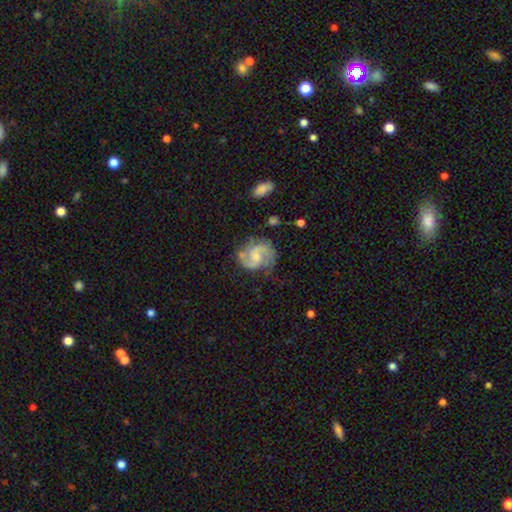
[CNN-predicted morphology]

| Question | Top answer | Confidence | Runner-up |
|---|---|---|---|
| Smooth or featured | featured or disk | 86% | smooth (9%) |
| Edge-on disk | no | 98% | yes (2%) |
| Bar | weak | 48% | no (44%) |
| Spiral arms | yes | 97% | no (3%) |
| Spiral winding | medium | 56% | tight (25%) |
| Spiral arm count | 2 | 89% | can't tell (4%) |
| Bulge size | small | 39% | tied: moderate (39%) |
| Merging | none | 66% | minor disturbance (21%) |